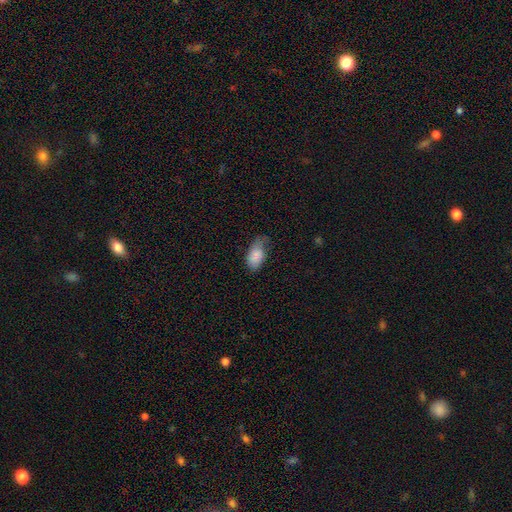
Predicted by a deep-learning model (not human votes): Smooth or featured: smooth — 84% (featured or disk — 10%)
How rounded: in between — 93% (round — 4%)
Merging: minor disturbance — 41% (tied with none — 41%)